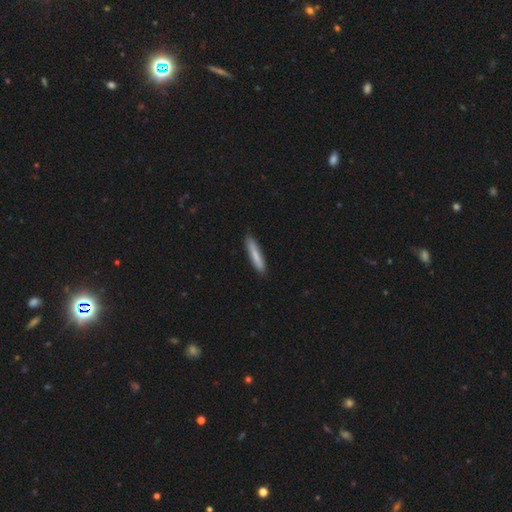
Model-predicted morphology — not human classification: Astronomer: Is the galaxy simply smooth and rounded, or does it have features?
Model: smooth — 77%.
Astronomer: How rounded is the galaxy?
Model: cigar-shaped — 91%.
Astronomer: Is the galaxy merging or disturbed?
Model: none — 87%.